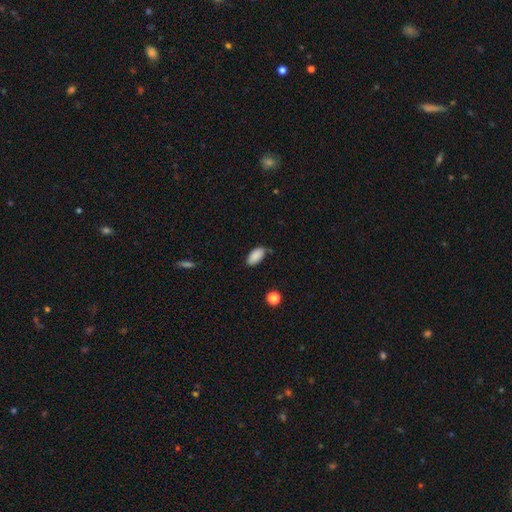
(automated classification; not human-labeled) This is clearly a smooth galaxy (88%). How rounded: clearly in between (93%). Merging: likely none (75%).